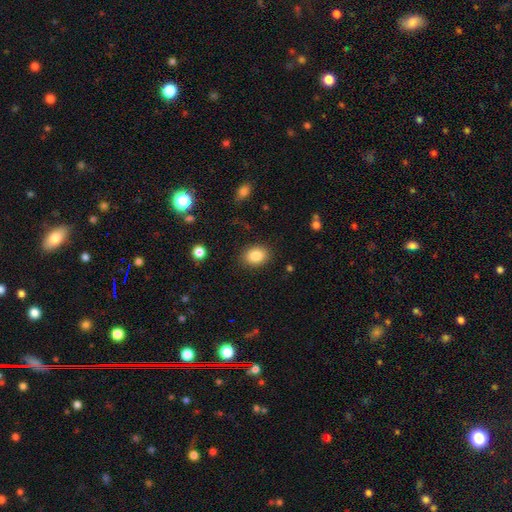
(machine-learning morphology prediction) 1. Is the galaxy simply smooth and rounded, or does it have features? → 86% smooth, 8% star or artifact, 5% featured or disk.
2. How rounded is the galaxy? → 63% in between, 36% round, 1% cigar-shaped.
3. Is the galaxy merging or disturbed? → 87% none, 9% minor disturbance, 3% major disturbance, 1% merger.